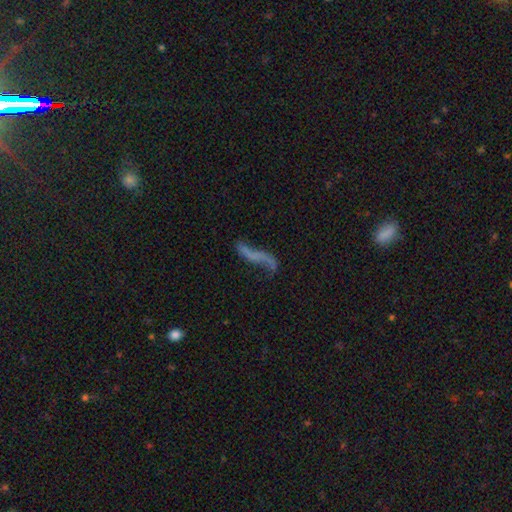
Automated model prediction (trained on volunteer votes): Q: Smooth or featured?
A: featured or disk (69%); runner-up: smooth (20%)
Q: Edge-on disk?
A: no (86%); runner-up: yes (14%)
Q: Bar?
A: no (52%); runner-up: weak (25%)
Q: Spiral arms?
A: yes (80%); runner-up: no (20%)
Q: Bulge size?
A: none (73%); runner-up: small (20%)
Q: Merging?
A: none (56%); runner-up: minor disturbance (20%)